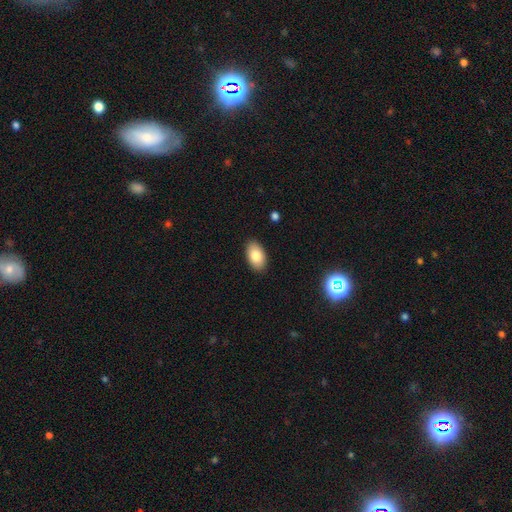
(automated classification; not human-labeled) Smooth or featured? Predicted: smooth (p=0.82). How rounded? Predicted: in between (p=0.94). Merging? Predicted: none (p=0.89).